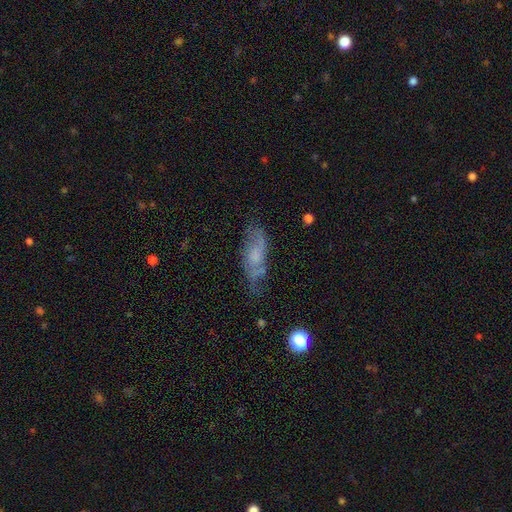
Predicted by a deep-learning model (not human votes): The model was most divided on "smooth or featured": featured or disk: 53%, smooth: 37%, star or artifact: 10%. More confident: edge-on disk — no (80%); merging — none (58%).